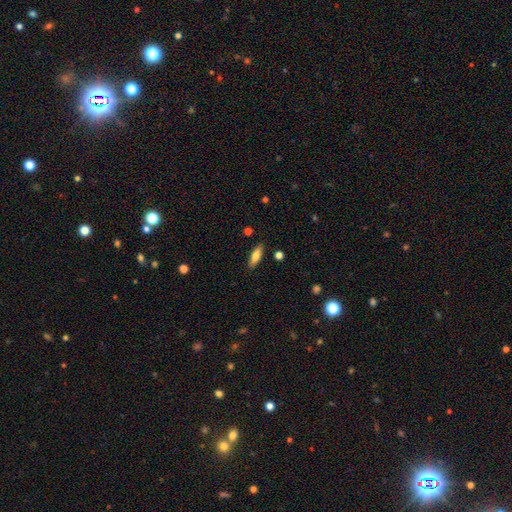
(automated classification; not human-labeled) Smooth or featured: smooth — 78% (featured or disk — 16%)
How rounded: in between — 59% (cigar-shaped — 39%)
Merging: none — 87% (minor disturbance — 9%)